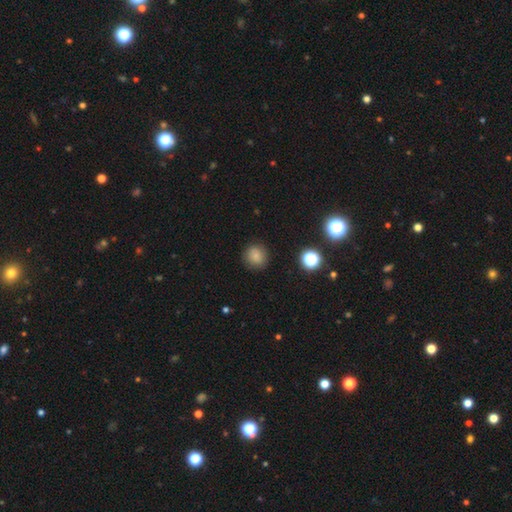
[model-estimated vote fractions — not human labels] Morphology: type=smooth (80%); roundness=round (89%); merging=none (86%).